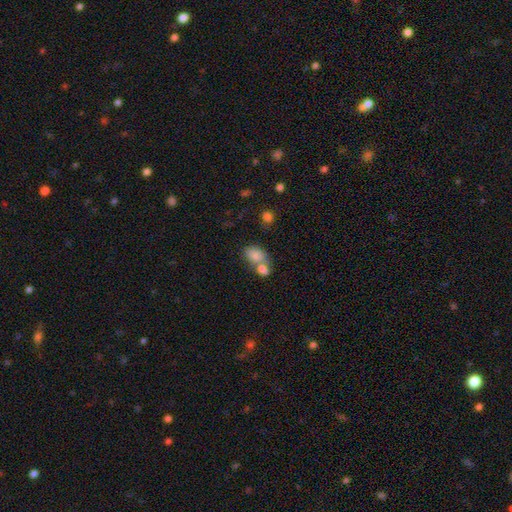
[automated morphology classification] smooth_or_featured: smooth (p=0.80) [alt: featured or disk p=0.10]
how_rounded: in between (p=0.77) [alt: round p=0.21]
merging: merger (p=0.50) [alt: none p=0.34]